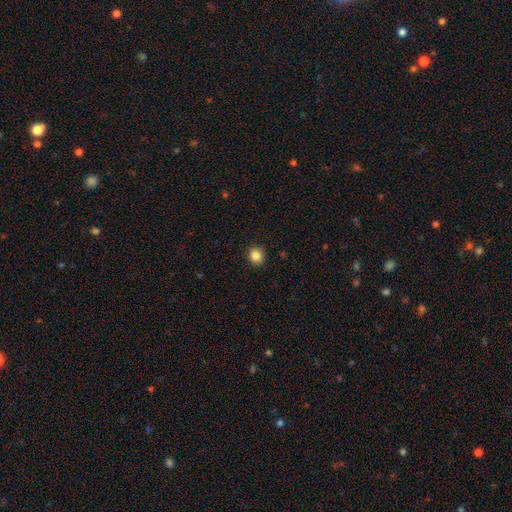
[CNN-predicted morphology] smooth 85%, star or artifact 11%, featured or disk 4%. Down the decision tree: how rounded — round (84%); merging — none (91%).